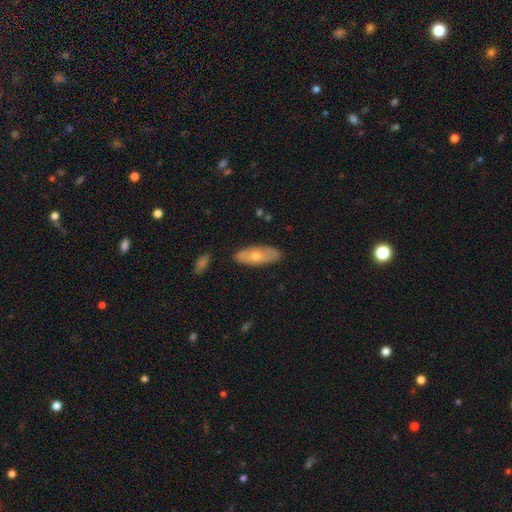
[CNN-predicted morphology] A smooth galaxy with no disk features (50%).

Vote fractions:
- Smooth or featured? smooth: 50% / featured or disk: 43% / star or artifact: 7%
- Merging? none: 85% / minor disturbance: 11% / major disturbance: 2% / merger: 2%